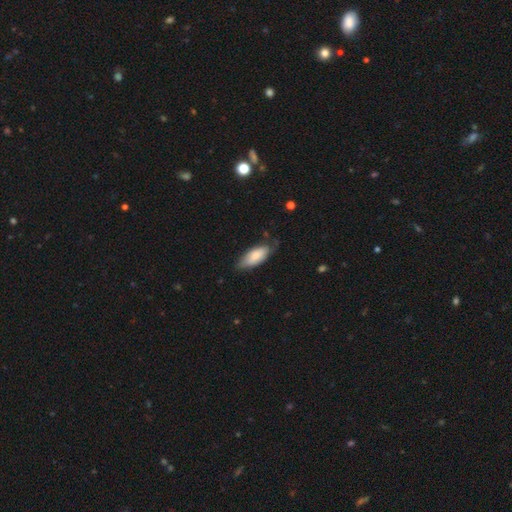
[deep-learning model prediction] Overall: smooth (75%). How rounded: in between (83%). Merging: none (61%; minor disturbance 31%).